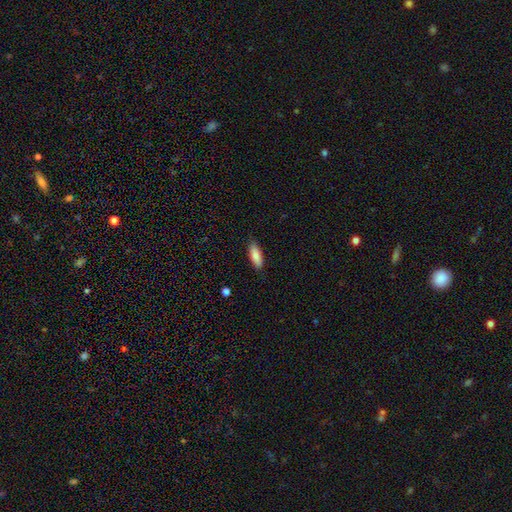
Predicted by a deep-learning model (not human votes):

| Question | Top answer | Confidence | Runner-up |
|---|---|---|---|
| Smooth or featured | smooth | 85% | featured or disk (9%) |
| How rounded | in between | 62% | cigar-shaped (36%) |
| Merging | none | 87% | minor disturbance (10%) |